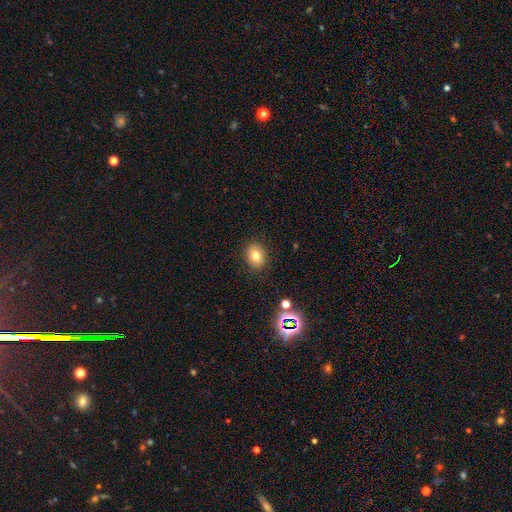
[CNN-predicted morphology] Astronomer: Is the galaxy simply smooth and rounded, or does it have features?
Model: smooth — 78%.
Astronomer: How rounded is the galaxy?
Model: round — 52% (runner-up: in between, 47%).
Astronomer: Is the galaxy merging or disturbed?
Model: none — 88%.